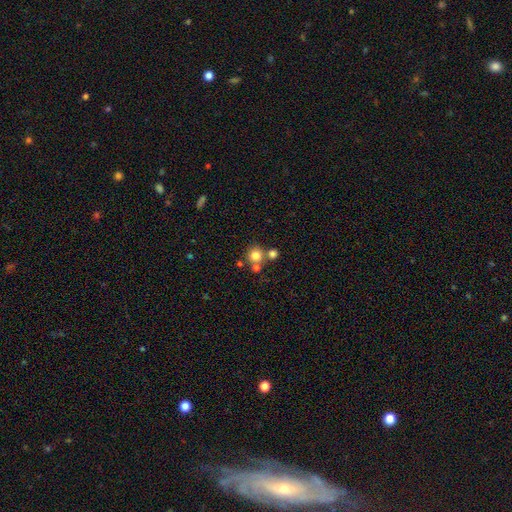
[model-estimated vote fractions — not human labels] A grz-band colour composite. It shows a smooth galaxy with no disk features (77%) that is round (92%). Merging: none (63%).